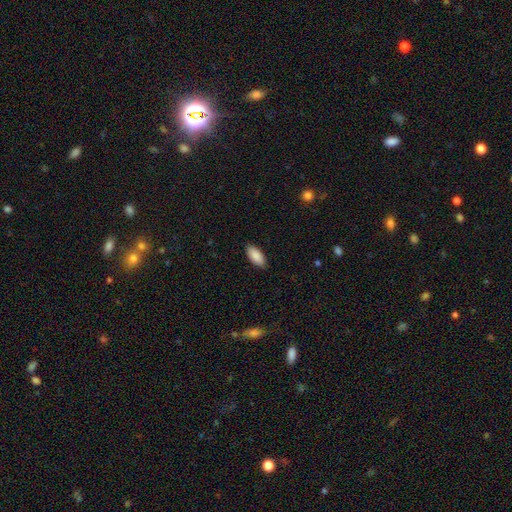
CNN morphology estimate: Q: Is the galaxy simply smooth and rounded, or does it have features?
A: smooth — 90%.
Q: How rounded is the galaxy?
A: in between — 89%.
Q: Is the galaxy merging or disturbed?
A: none — 88%.